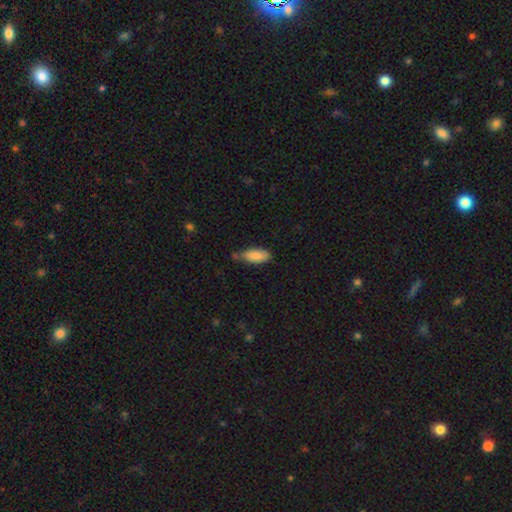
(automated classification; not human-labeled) smooth_or_featured: smooth (p=0.87) [alt: featured or disk p=0.07]
how_rounded: in between (p=0.79) [alt: cigar-shaped p=0.20]
merging: none (p=0.58) [alt: minor disturbance p=0.29]